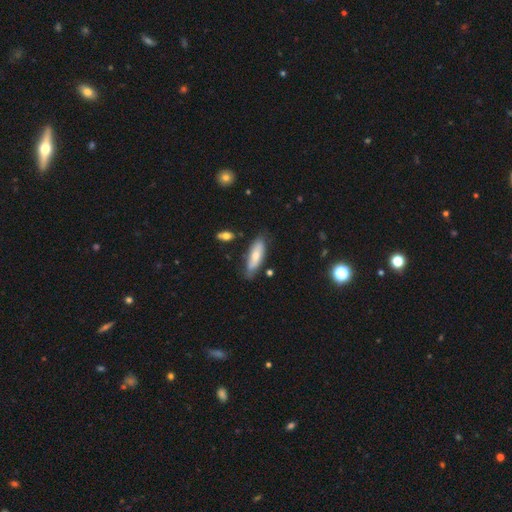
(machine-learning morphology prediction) A smooth galaxy with no disk features (66%) that is in between round and cigar-shaped (61%).

Vote fractions:
- Smooth or featured? smooth: 66% / featured or disk: 28% / star or artifact: 6%
- How rounded? in between: 61% / cigar-shaped: 37% / round: 2%
- Merging? none: 71% / minor disturbance: 21% / major disturbance: 4% / merger: 3%